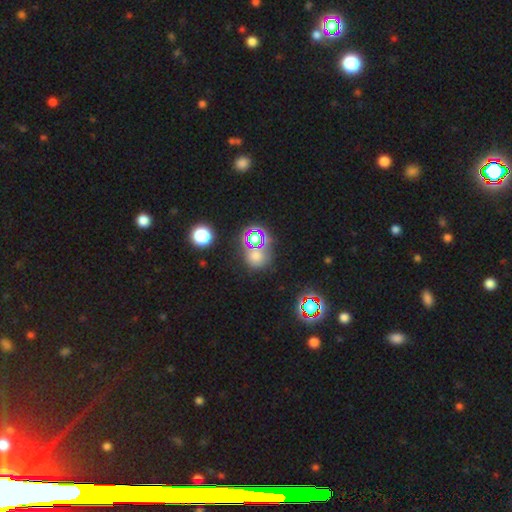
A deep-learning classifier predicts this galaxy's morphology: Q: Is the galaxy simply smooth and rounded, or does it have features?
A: smooth — 48%.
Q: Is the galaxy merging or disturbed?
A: none — 68%.